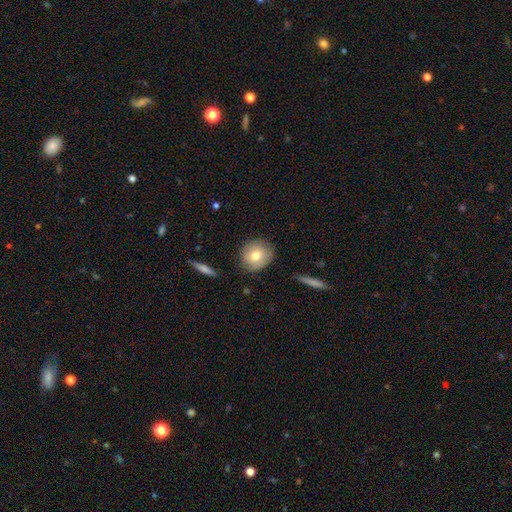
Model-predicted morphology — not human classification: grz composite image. It shows a smooth galaxy with no disk features (70%) that is round (85%). Merging: none (82%).